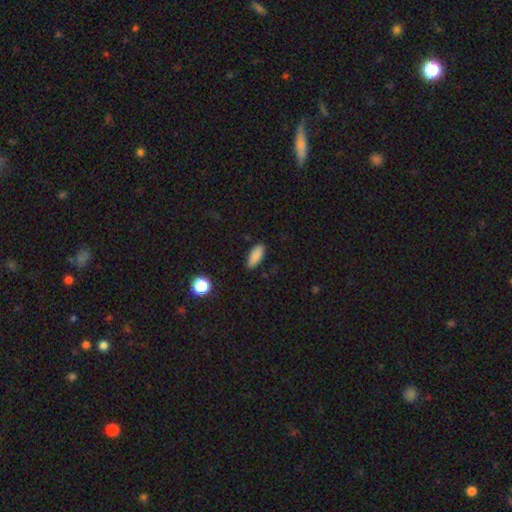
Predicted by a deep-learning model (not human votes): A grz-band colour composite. It shows a smooth galaxy with no disk features (88%) that is in between round and cigar-shaped (82%). Merging: none (86%).